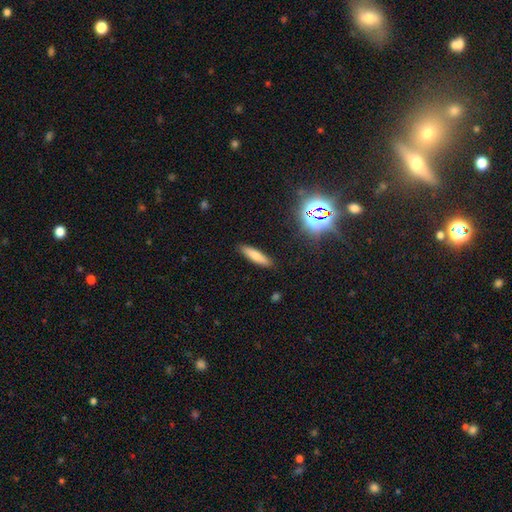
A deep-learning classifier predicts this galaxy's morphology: Q: Smooth or featured?
A: smooth (75%); runner-up: featured or disk (15%)
Q: How rounded?
A: cigar-shaped (75%); runner-up: in between (23%)
Q: Merging?
A: none (89%); runner-up: minor disturbance (8%)